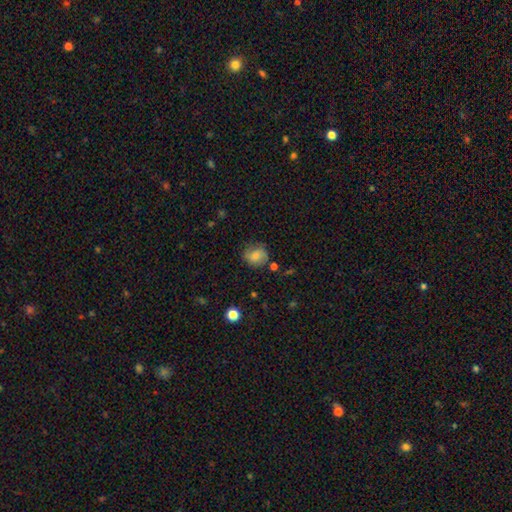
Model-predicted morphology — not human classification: Smooth or featured? smooth (73%)
How rounded? round (72%)
Merging? none (69%)